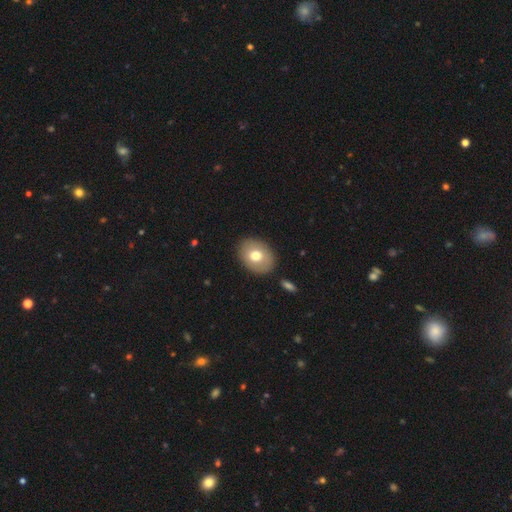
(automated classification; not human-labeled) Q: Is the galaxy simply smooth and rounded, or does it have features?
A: smooth — 70%.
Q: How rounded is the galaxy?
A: in between — 68%.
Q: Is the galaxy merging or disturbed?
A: none — 87%.